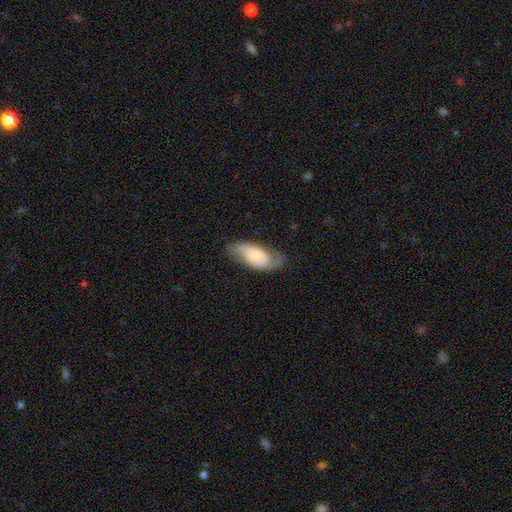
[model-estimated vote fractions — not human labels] A featured or disk galaxy (55%). Merging: none (57%).